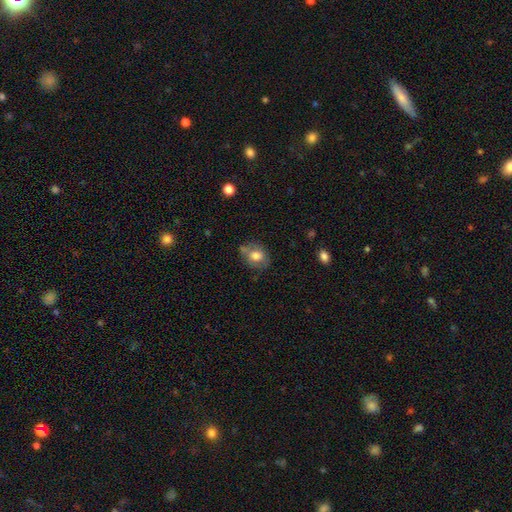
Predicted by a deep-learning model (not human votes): smooth-or-featured: smooth: 70% | featured or disk: 22% | star or artifact: 9%
  how-rounded: in between: 50% | round: 49% | cigar-shaped: 1%
  merging: none: 59% | minor disturbance: 25% | merger: 9% | major disturbance: 8%